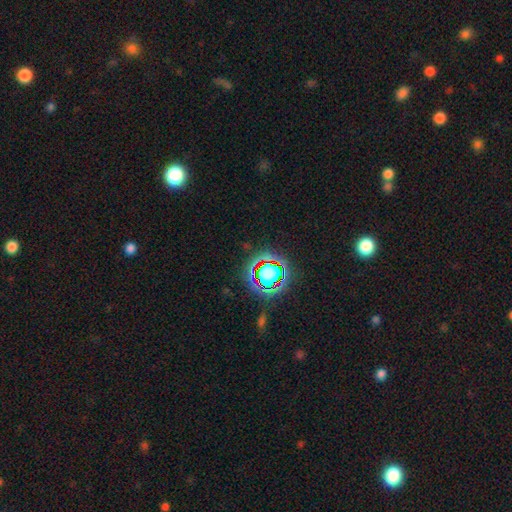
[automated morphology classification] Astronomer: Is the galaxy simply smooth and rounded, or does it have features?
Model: star or artifact — 79%.